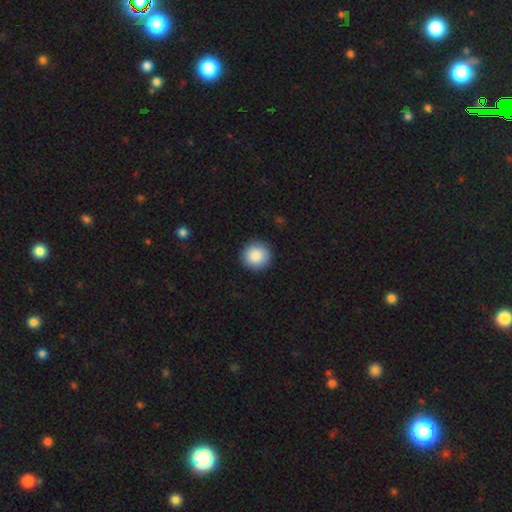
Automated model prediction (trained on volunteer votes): smooth 88%, star or artifact 8%, featured or disk 4%. Down the decision tree: how rounded — round (96%); merging — none (92%).